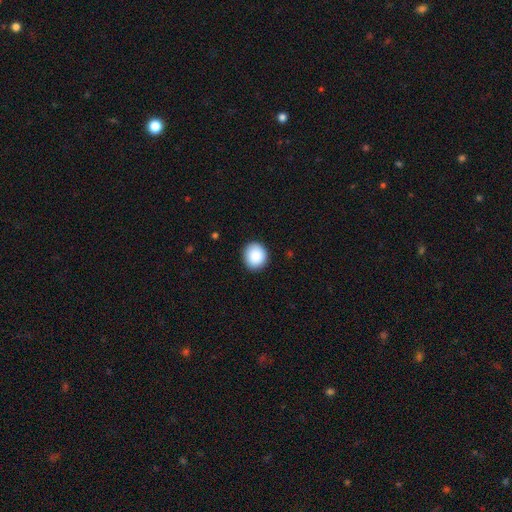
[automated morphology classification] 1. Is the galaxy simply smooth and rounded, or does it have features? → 89% smooth, 8% star or artifact, 3% featured or disk.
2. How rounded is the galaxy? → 82% round, 17% in between, 1% cigar-shaped.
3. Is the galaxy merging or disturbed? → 91% none, 7% minor disturbance, 2% major disturbance, 1% merger.